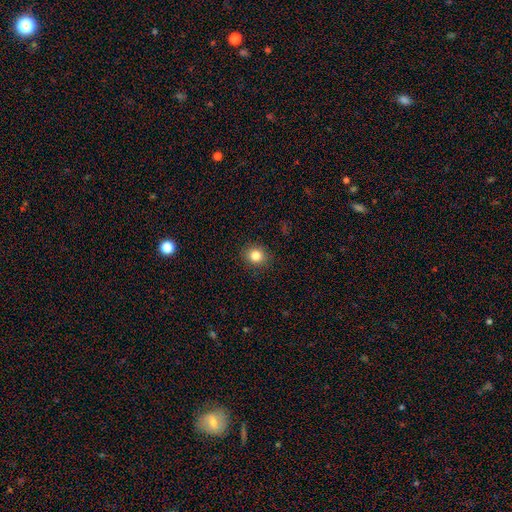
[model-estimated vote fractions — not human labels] smooth-or-featured: smooth: 83% | star or artifact: 11% | featured or disk: 6%
  how-rounded: round: 74% | in between: 25% | cigar-shaped: 1%
  merging: none: 90% | minor disturbance: 7% | major disturbance: 2% | merger: 1%